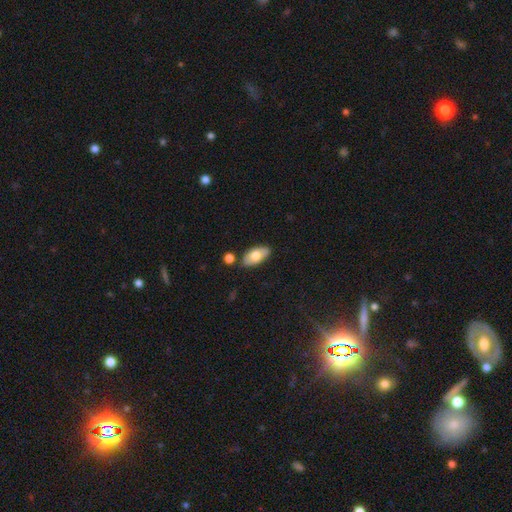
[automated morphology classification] Smooth or featured: smooth — 69% (featured or disk — 25%)
How rounded: in between — 92% (cigar-shaped — 5%)
Merging: none — 78% (minor disturbance — 12%)